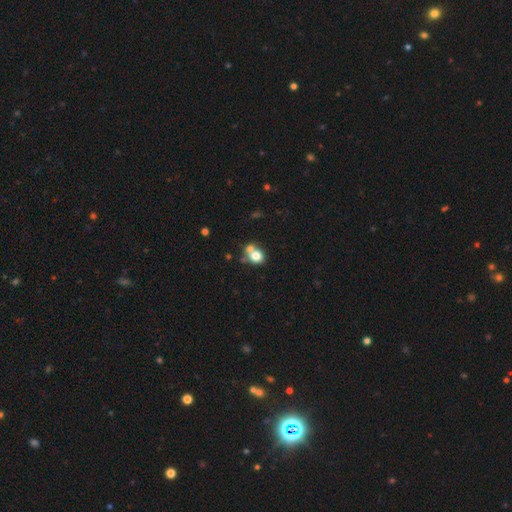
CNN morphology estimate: A smooth galaxy with no disk features (74%) that is round (72%). Merging: merger (44%).